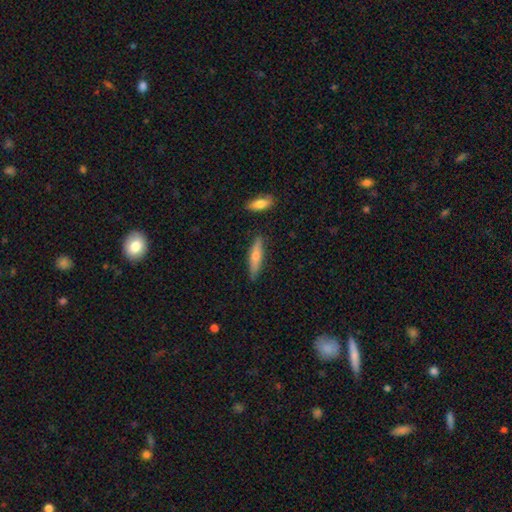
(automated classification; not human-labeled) Q: Smooth or featured?
A: smooth (61%); runner-up: featured or disk (33%)
Q: How rounded?
A: cigar-shaped (83%); runner-up: in between (16%)
Q: Merging?
A: none (85%); runner-up: minor disturbance (10%)